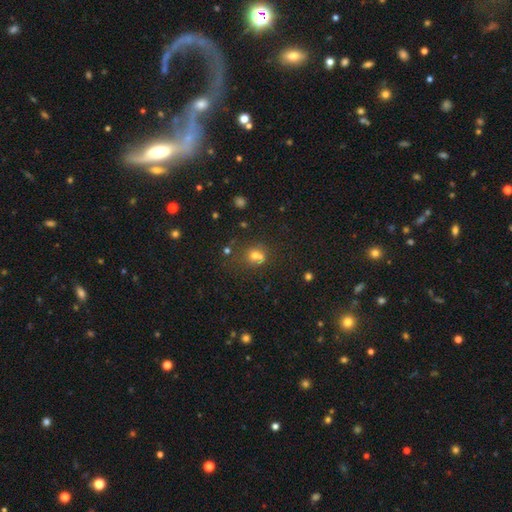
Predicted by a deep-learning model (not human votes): This is likely a smooth galaxy (65%). How rounded: likely round (74%). Merging: marginally merger (44%).